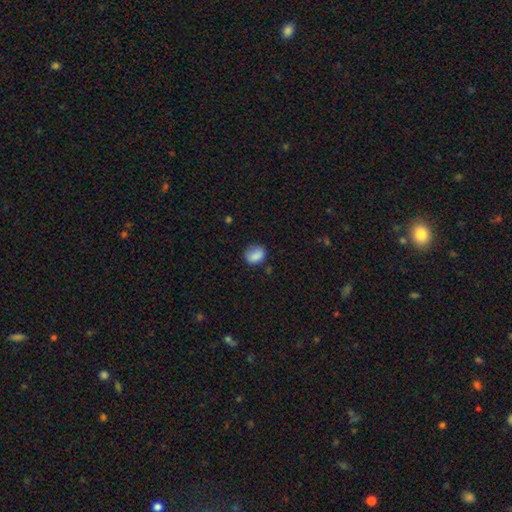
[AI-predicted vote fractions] This appears to be a smooth galaxy with no disk features (85%) that is in between round and cigar-shaped (50%). Merging: none (66%).